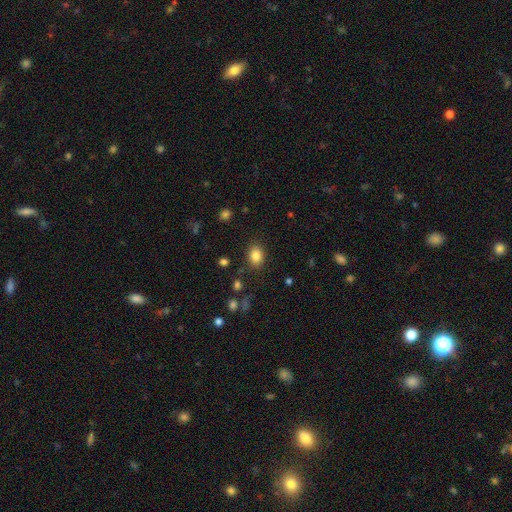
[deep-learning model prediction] smooth-or-featured: smooth: 84% | star or artifact: 10% | featured or disk: 6%
  how-rounded: in between: 63% | round: 36% | cigar-shaped: 1%
  merging: none: 84% | minor disturbance: 10% | major disturbance: 3% | merger: 2%